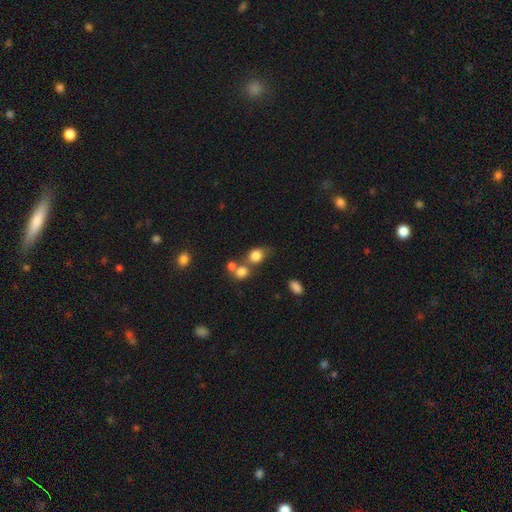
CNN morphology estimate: A smooth galaxy with no disk features (80%) that is round (57%).

Vote fractions:
- Smooth or featured? smooth: 80% / star or artifact: 11% / featured or disk: 8%
- How rounded? round: 57% / in between: 42% / cigar-shaped: 2%
- Merging? none: 45% / merger: 34% / minor disturbance: 14% / major disturbance: 7%